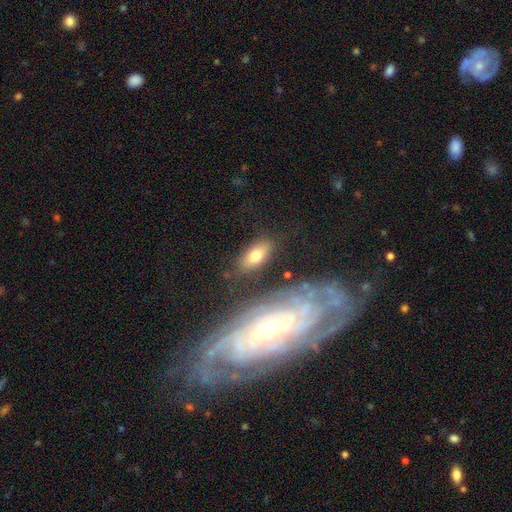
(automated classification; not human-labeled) Q: Smooth or featured?
A: smooth (71%); runner-up: featured or disk (21%)
Q: How rounded?
A: in between (87%); runner-up: cigar-shaped (9%)
Q: Merging?
A: none (77%); runner-up: minor disturbance (13%)